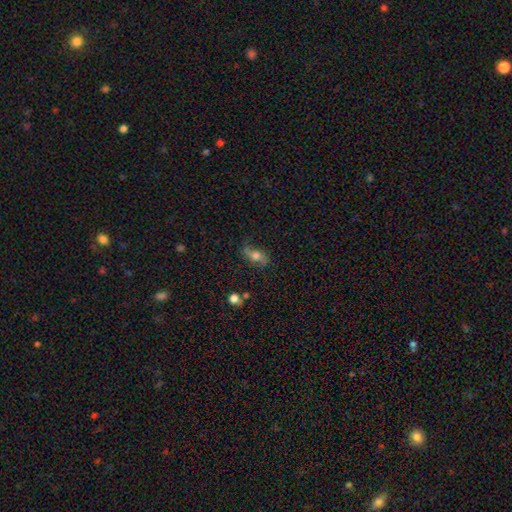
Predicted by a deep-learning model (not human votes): Smooth or featured? smooth (49%)
Merging? none (67%)